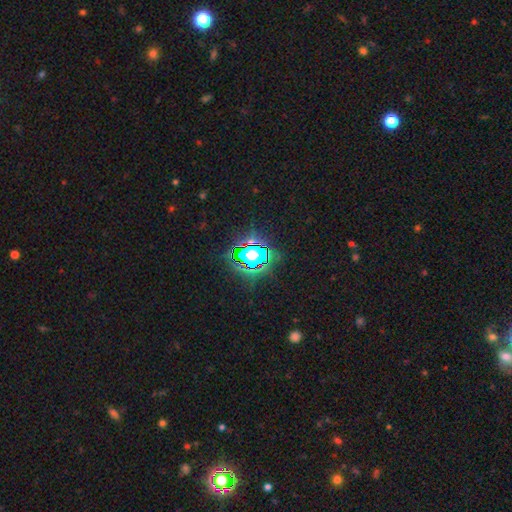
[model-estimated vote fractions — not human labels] This is likely a star or artifact rather than a galaxy (78%).